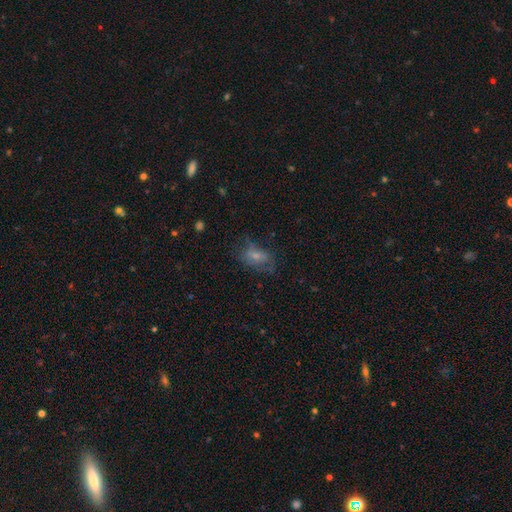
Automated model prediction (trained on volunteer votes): The model was most divided on "merging": none: 47%, minor disturbance: 27%, major disturbance: 24%, merger: 3%. More confident: how rounded — in between (83%); smooth or featured — smooth (56%).